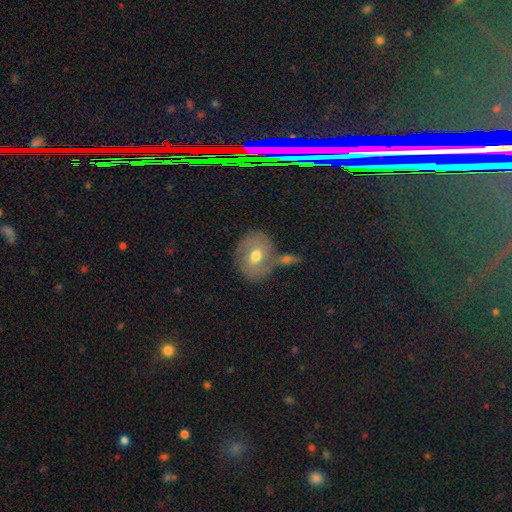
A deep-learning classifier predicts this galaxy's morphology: Smooth or featured? Predicted: smooth (p=0.50). Merging? Predicted: none (p=0.58).